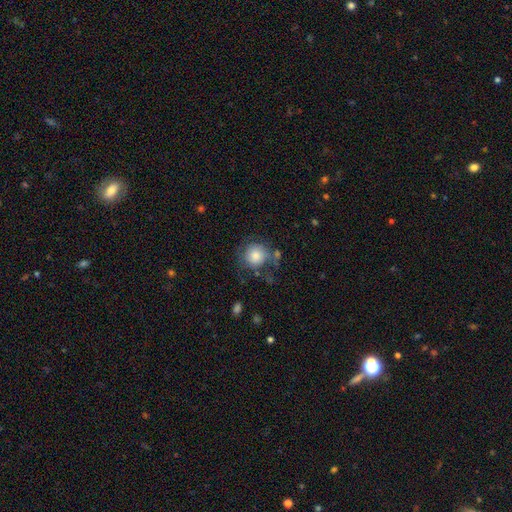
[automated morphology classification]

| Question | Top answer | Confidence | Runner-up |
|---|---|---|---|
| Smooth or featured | smooth | 77% | featured or disk (15%) |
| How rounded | round | 88% | in between (11%) |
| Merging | none | 59% | minor disturbance (21%) |